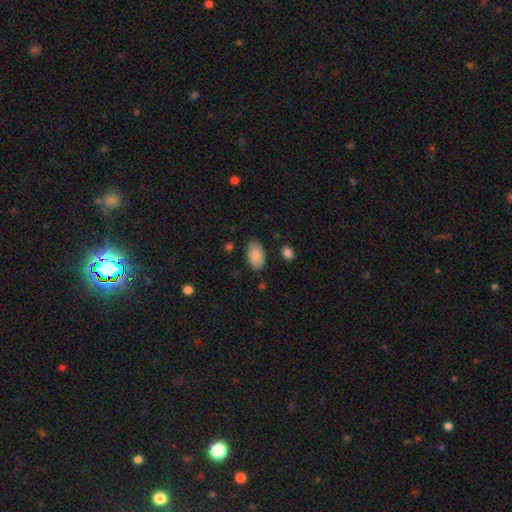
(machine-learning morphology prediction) The model was most divided on "merging": none: 82%, minor disturbance: 13%, major disturbance: 3%, merger: 2%. More confident: how rounded — in between (94%); smooth or featured — smooth (88%).